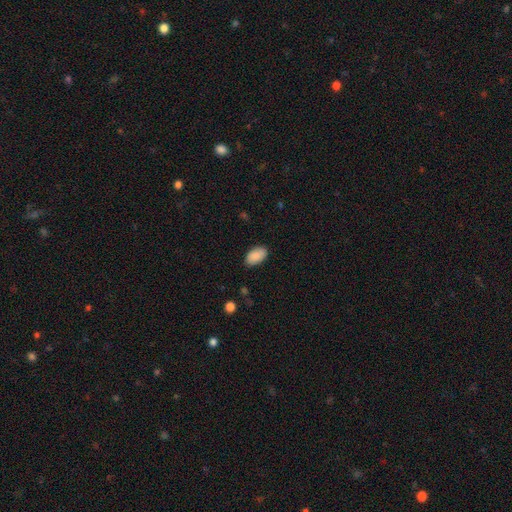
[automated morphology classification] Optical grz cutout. It shows a smooth galaxy with no disk features (89%) that is in between round and cigar-shaped (94%). Merging: none (84%).